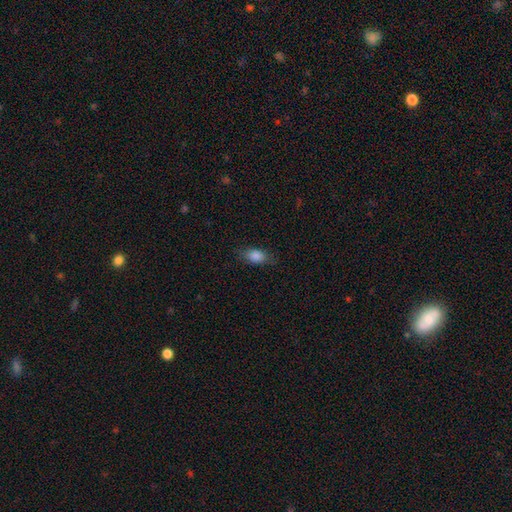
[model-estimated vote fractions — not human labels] This is clearly a smooth galaxy (85%). How rounded: clearly in between (84%). Merging: likely none (78%).